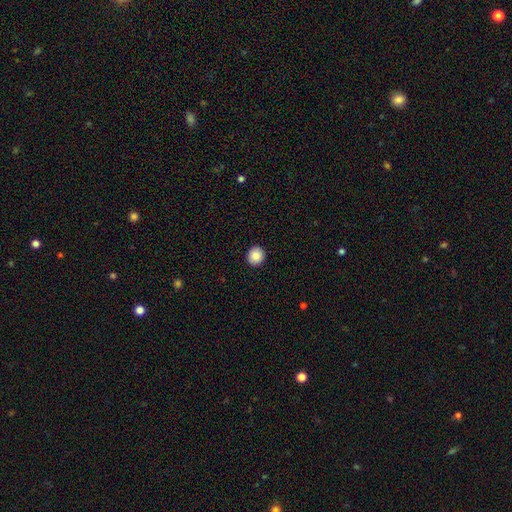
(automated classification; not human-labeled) A smooth galaxy with no disk features (87%) that is round (91%). Merging: none (93%).